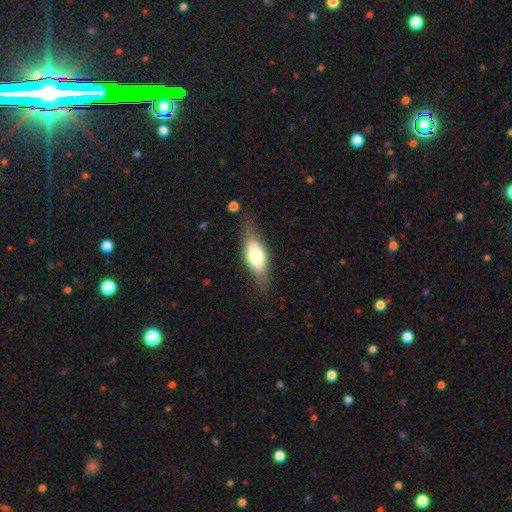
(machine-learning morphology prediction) Overall: smooth (52%; featured or disk 42%). How rounded: in between (67%; cigar-shaped 30%). Merging: none (73%).